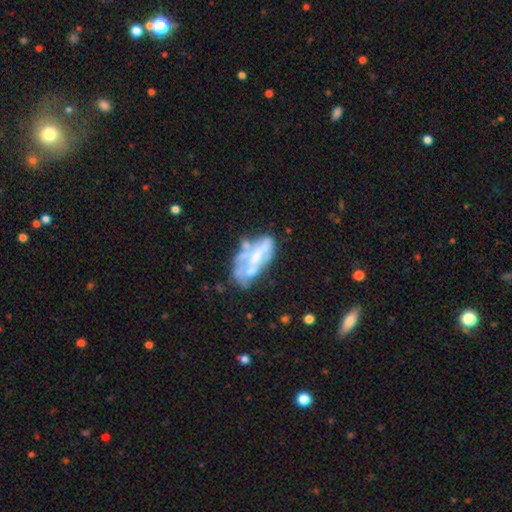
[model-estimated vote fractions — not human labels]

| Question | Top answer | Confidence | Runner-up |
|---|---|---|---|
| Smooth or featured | featured or disk | 64% | smooth (27%) |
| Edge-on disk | no | 92% | yes (8%) |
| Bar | no | 61% | weak (21%) |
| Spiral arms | no | 79% | yes (21%) |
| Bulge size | none | 35% | small (31%) |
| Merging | none | 36% | major disturbance (23%) |